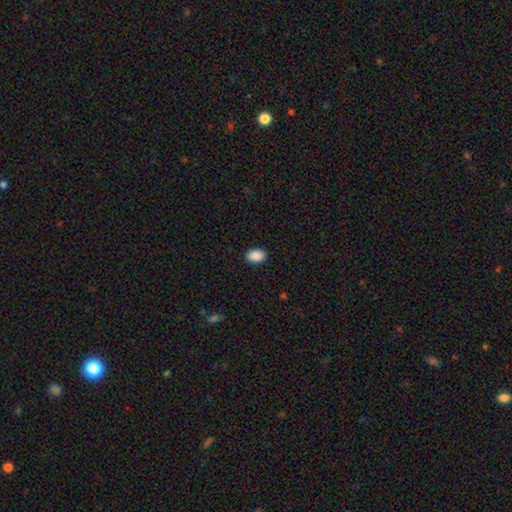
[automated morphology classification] Smooth or featured: smooth — 90% (star or artifact — 7%)
How rounded: in between — 88% (round — 11%)
Merging: none — 89% (minor disturbance — 8%)